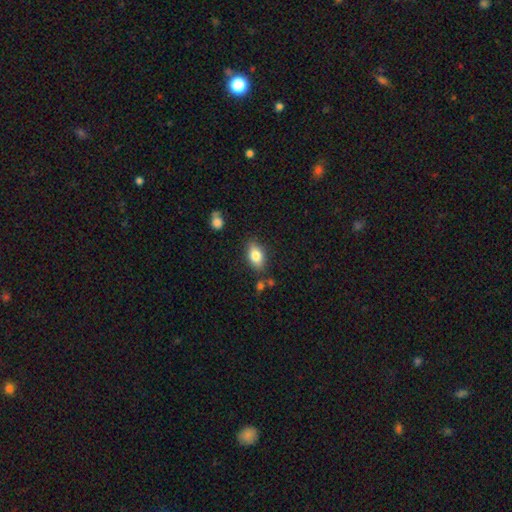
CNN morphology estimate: Smooth or featured?
  - smooth: 81% *
  - featured or disk: 12%
  - star or artifact: 7%
How rounded?
  - in between: 89% *
  - round: 8%
  - cigar-shaped: 3%
Merging?
  - none: 80% *
  - minor disturbance: 13%
  - merger: 4%
  - major disturbance: 3%